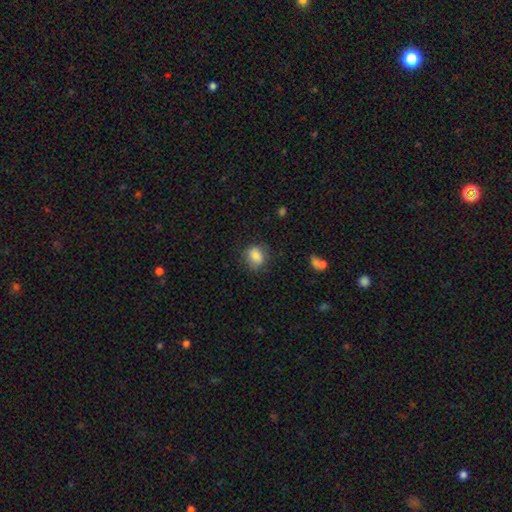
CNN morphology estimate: A smooth galaxy with no disk features (85%) that is round (52%).

Vote fractions:
- Smooth or featured? smooth: 85% / star or artifact: 8% / featured or disk: 7%
- How rounded? round: 52% / in between: 47% / cigar-shaped: 1%
- Merging? none: 73% / minor disturbance: 19% / major disturbance: 6% / merger: 2%